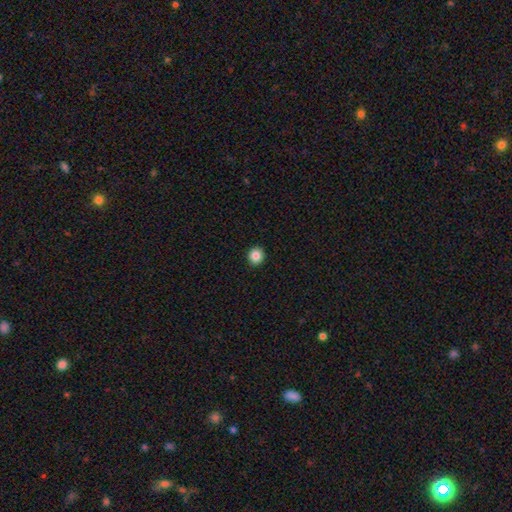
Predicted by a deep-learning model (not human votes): Morphology: type=smooth (86%); roundness=round (92%); merging=none (93%).